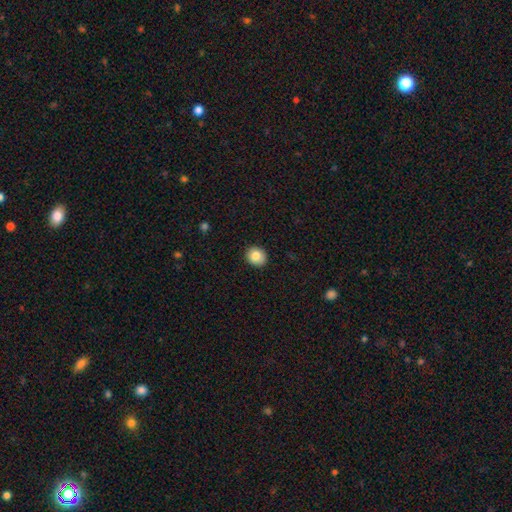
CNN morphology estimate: smooth-or-featured: smooth: 83% | star or artifact: 9% | featured or disk: 8%
  how-rounded: round: 78% | in between: 21% | cigar-shaped: 1%
  merging: none: 91% | minor disturbance: 7% | major disturbance: 2% | merger: 1%